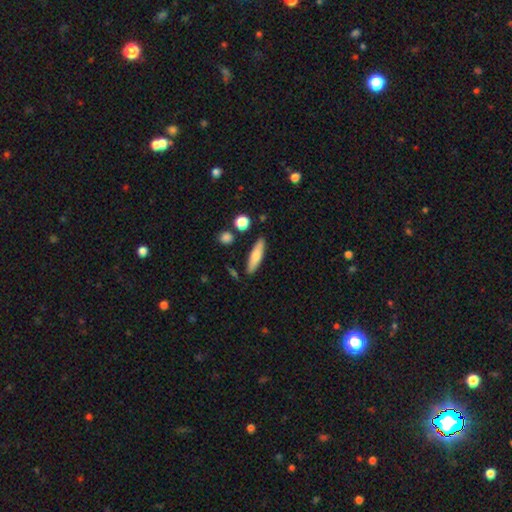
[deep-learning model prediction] Smooth or featured? smooth (67%)
How rounded? cigar-shaped (70%)
Merging? none (85%)